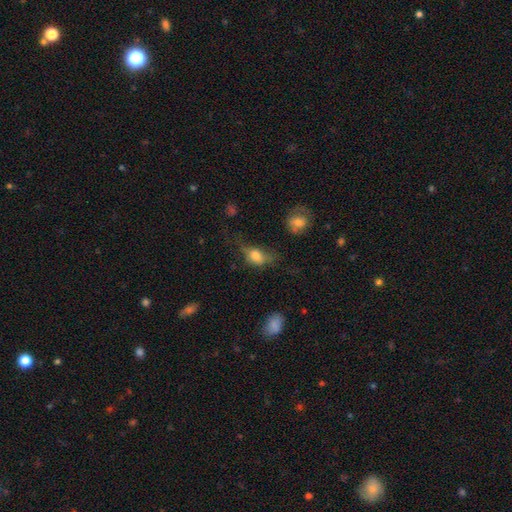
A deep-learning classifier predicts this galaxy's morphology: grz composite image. It shows a smooth galaxy with no disk features (70%) that is in between round and cigar-shaped (72%). Merging: none (36%).